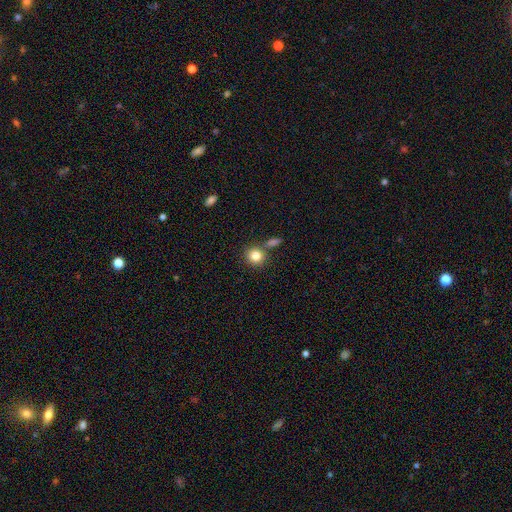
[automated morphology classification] smooth-or-featured: smooth: 83% | star or artifact: 10% | featured or disk: 7%
  how-rounded: round: 88% | in between: 11% | cigar-shaped: 1%
  merging: none: 72% | merger: 15% | minor disturbance: 9% | major disturbance: 3%